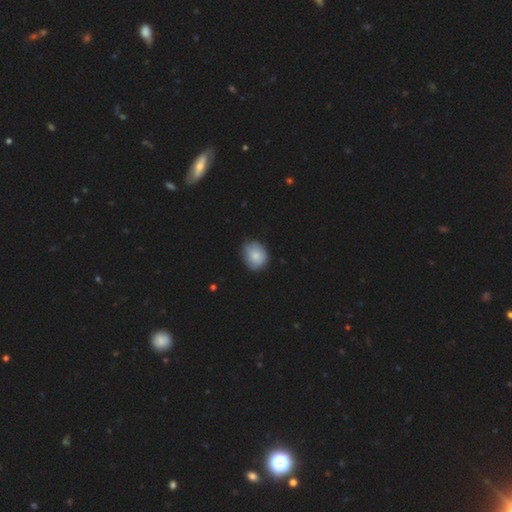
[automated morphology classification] Smooth or featured? smooth (82%)
How rounded? round (63%)
Merging? none (76%)